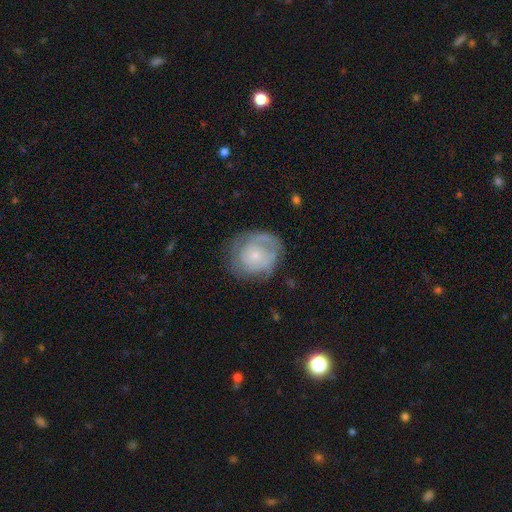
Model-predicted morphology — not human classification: Smooth or featured: featured or disk — 66% (smooth — 27%)
Edge-on disk: no — 98% (yes — 2%)
Bar: no — 81% (weak — 16%)
Spiral arms: yes — 83% (no — 17%)
Spiral winding: tight — 63% (medium — 27%)
Spiral arm count: can't tell — 40% (2 — 26%)
Bulge size: small — 76% (moderate — 17%)
Merging: none — 68% (minor disturbance — 20%)